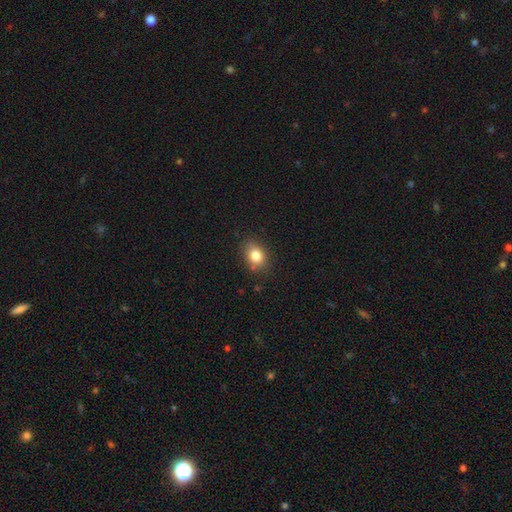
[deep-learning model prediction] Smooth or featured?
  - smooth: 82% *
  - star or artifact: 10%
  - featured or disk: 8%
How rounded?
  - in between: 61% *
  - round: 37%
  - cigar-shaped: 1%
Merging?
  - none: 77% *
  - minor disturbance: 17%
  - major disturbance: 4%
  - merger: 2%